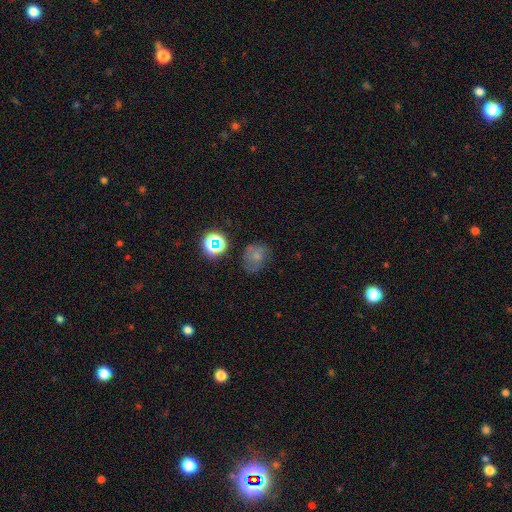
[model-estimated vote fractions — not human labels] smooth-or-featured: smooth: 58% | featured or disk: 22% | star or artifact: 20%
  how-rounded: round: 60% | in between: 39% | cigar-shaped: 1%
  merging: none: 55% | minor disturbance: 26% | major disturbance: 14% | merger: 5%